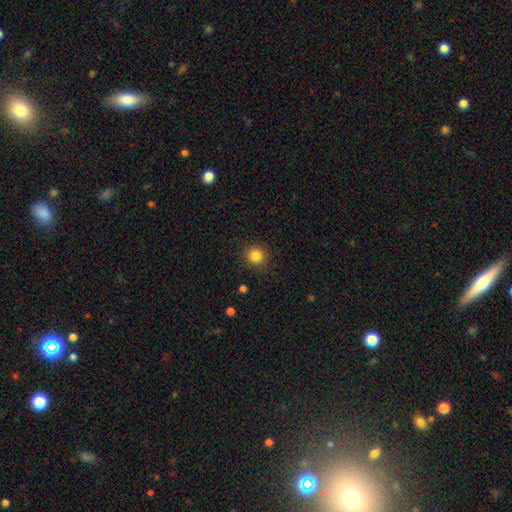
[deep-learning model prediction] Smooth or featured? Predicted: smooth (p=0.84). How rounded? Predicted: round (p=0.92). Merging? Predicted: none (p=0.89).